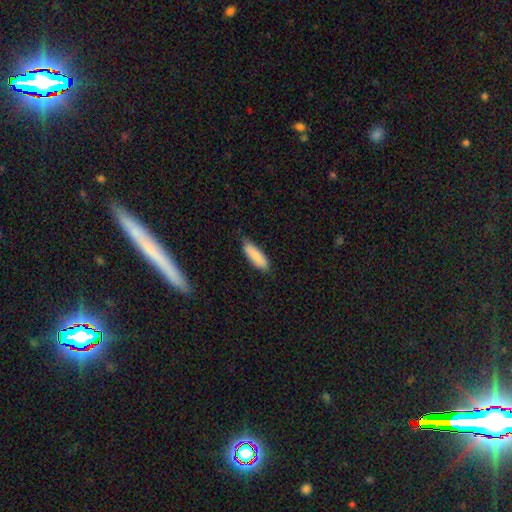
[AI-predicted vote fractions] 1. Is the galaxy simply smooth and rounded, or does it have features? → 86% smooth, 8% featured or disk, 6% star or artifact.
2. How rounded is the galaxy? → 52% in between, 46% cigar-shaped, 2% round.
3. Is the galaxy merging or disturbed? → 77% none, 18% minor disturbance, 3% major disturbance, 1% merger.